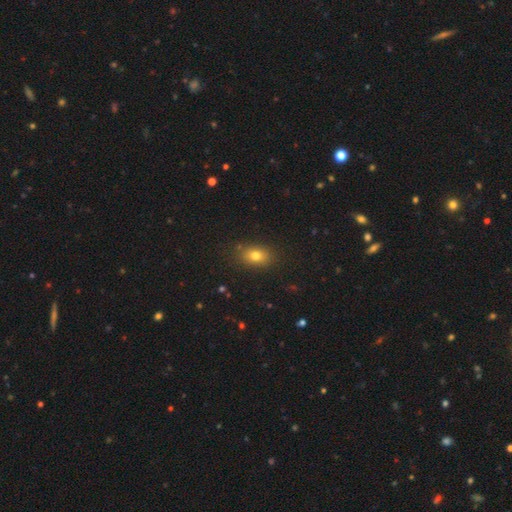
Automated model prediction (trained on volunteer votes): Smooth or featured?
  - smooth: 77% *
  - star or artifact: 12%
  - featured or disk: 10%
How rounded?
  - in between: 74% *
  - round: 24%
  - cigar-shaped: 2%
Merging?
  - none: 85% *
  - minor disturbance: 11%
  - major disturbance: 3%
  - merger: 2%